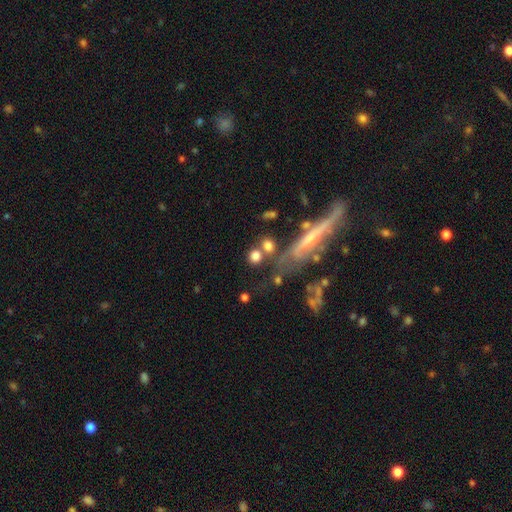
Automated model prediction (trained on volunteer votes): Morphology: type=smooth (74%); roundness=round (82%); merging=none (60%).